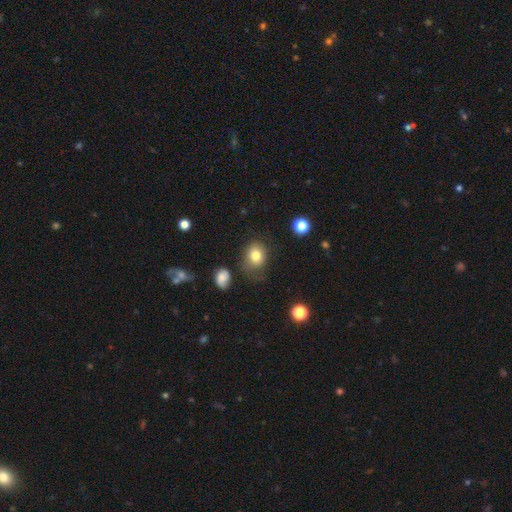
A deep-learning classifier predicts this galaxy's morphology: smooth-or-featured: smooth: 78% | star or artifact: 11% | featured or disk: 10%
  how-rounded: round: 52% | in between: 47% | cigar-shaped: 1%
  merging: none: 63% | minor disturbance: 23% | major disturbance: 10% | merger: 4%